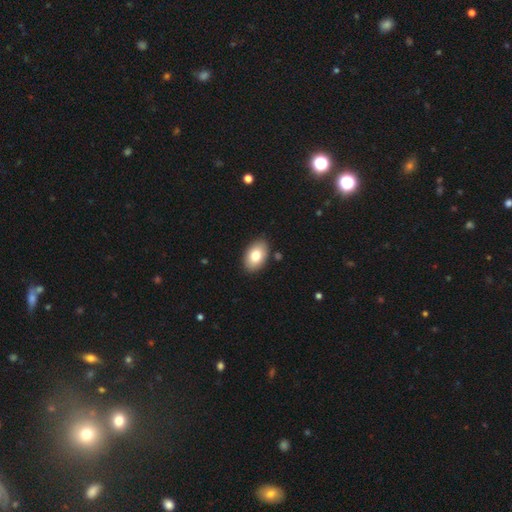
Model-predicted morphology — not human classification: The model was most divided on "smooth or featured": smooth: 79%, featured or disk: 13%, star or artifact: 7%. More confident: how rounded — in between (91%); merging — none (87%).